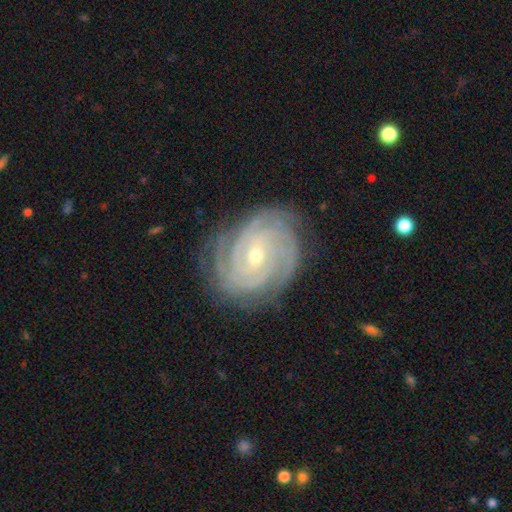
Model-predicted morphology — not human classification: This is clearly a featured or disk galaxy (90%). It is clearly not viewed edge-on (97%). Bar: possibly no (45%). Spiral arm pattern: clearly yes (98%). Spiral arm count: marginally 4 (26%). Spiral winding: clearly tight (80%). Central bulge: possibly small (56%). Merging: likely none (80%).